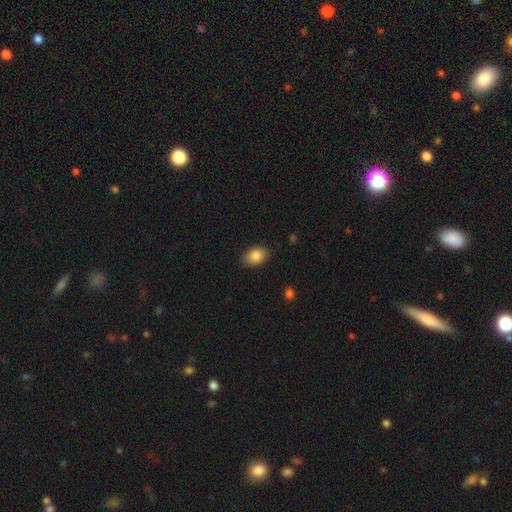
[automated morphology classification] This appears to be a smooth galaxy with no disk features (86%) that is in between round and cigar-shaped (84%). Merging: none (86%).